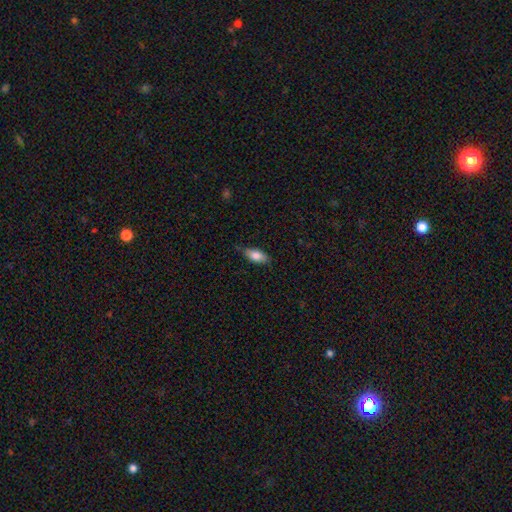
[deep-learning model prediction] smooth_or_featured: smooth (p=0.79) [alt: featured or disk p=0.14]
how_rounded: in between (p=0.84) [alt: cigar-shaped p=0.13]
merging: none (p=0.73) [alt: minor disturbance p=0.23]